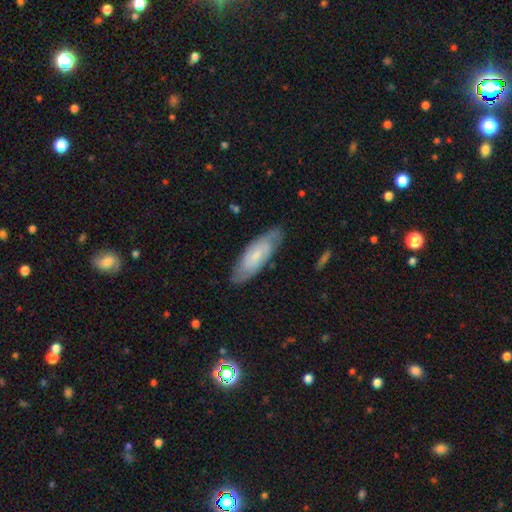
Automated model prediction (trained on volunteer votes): smooth-or-featured: featured or disk: 58% | smooth: 35% | star or artifact: 7%
  disk-edge-on: no: 81% | yes: 19%
  merging: none: 79% | minor disturbance: 16% | major disturbance: 4% | merger: 1%